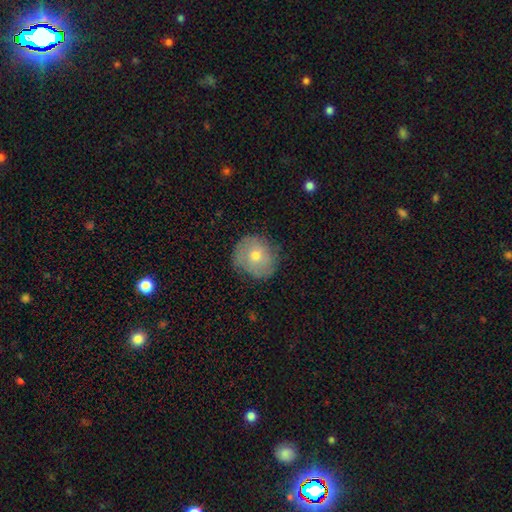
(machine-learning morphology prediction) The model was most divided on "smooth or featured": smooth: 55%, featured or disk: 35%, star or artifact: 10%. More confident: how rounded — round (85%); merging — none (75%).